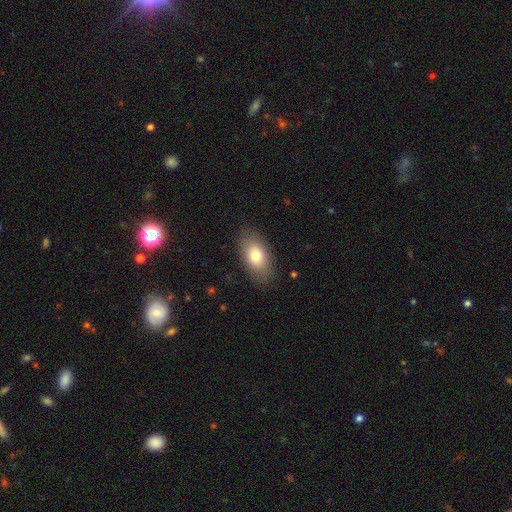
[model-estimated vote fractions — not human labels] This appears to be a smooth galaxy with no disk features (79%) that is in between round and cigar-shaped (91%). Merging: none (85%).